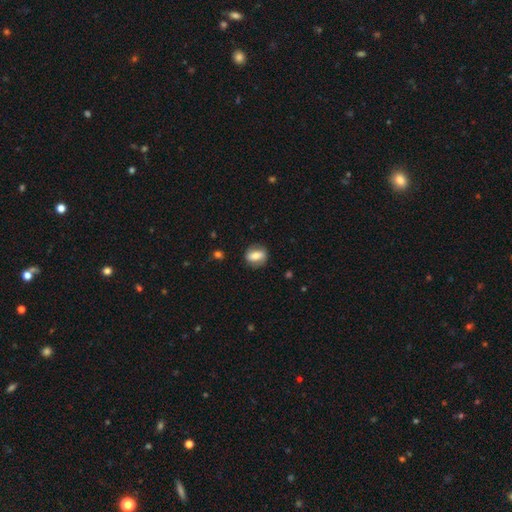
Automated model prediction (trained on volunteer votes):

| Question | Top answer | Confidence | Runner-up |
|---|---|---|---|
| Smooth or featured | smooth | 60% | featured or disk (33%) |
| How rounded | in between | 60% | round (36%) |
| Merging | none | 80% | minor disturbance (14%) |